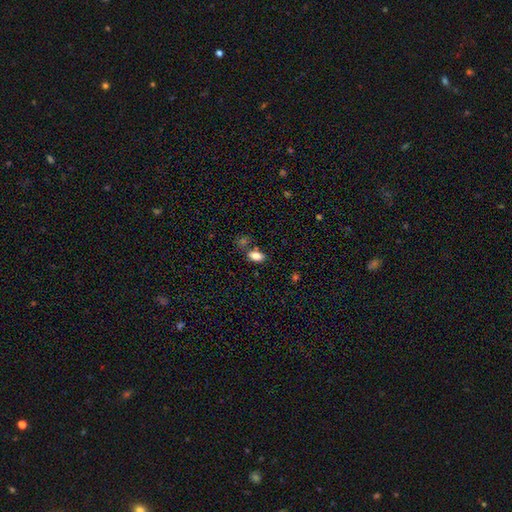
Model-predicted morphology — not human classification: Smooth or featured? smooth (83%)
How rounded? in between (89%)
Merging? none (67%)